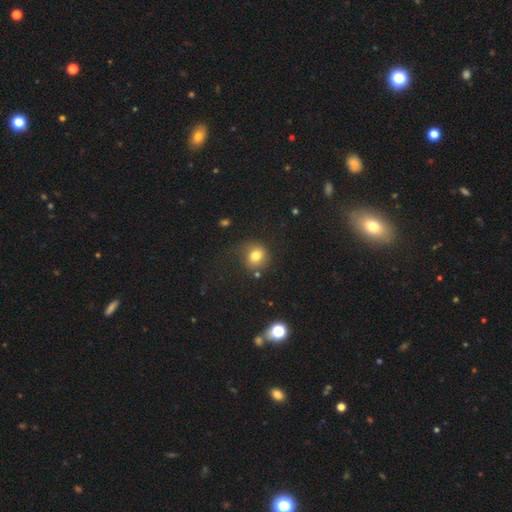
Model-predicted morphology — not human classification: Q: Smooth or featured?
A: smooth (75%); runner-up: star or artifact (13%)
Q: How rounded?
A: round (80%); runner-up: in between (19%)
Q: Merging?
A: none (60%); runner-up: minor disturbance (21%)